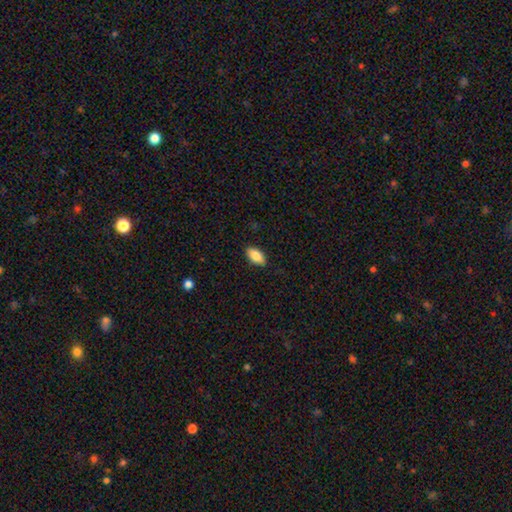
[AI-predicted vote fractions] Overall: smooth (87%). How rounded: in between (91%). Merging: none (88%).